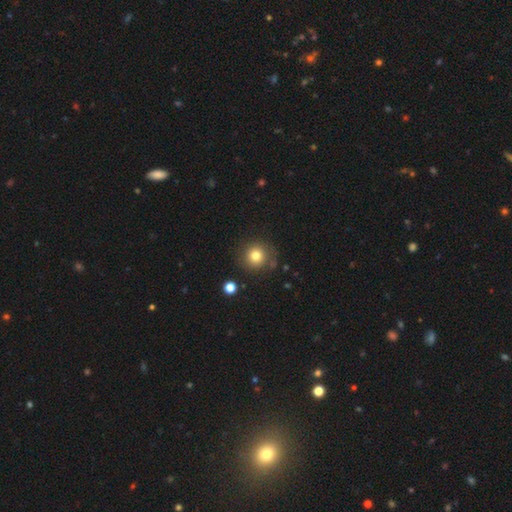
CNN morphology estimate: type=smooth (80%); roundness=round (93%); merging=none (83%).